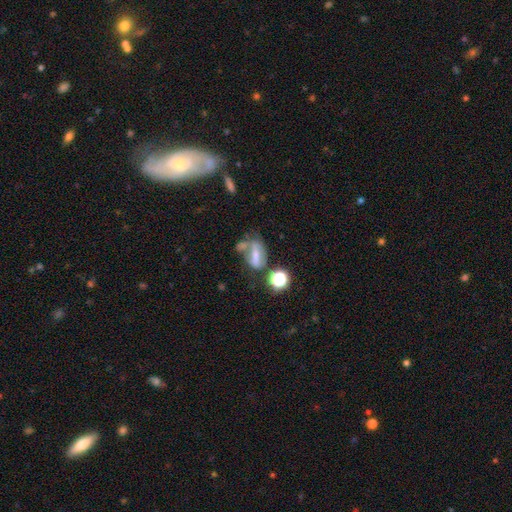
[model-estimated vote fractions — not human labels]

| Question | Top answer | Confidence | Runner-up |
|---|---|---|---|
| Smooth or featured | featured or disk | 41% | tied: smooth (41%) |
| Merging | none | 31% | merger (26%) |